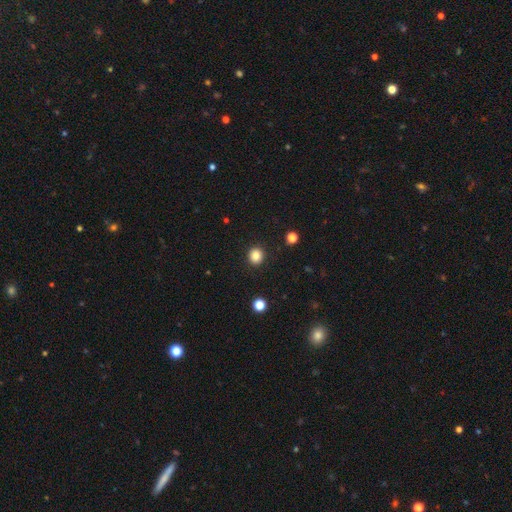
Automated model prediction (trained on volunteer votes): Smooth or featured? smooth (84%)
How rounded? round (89%)
Merging? none (92%)